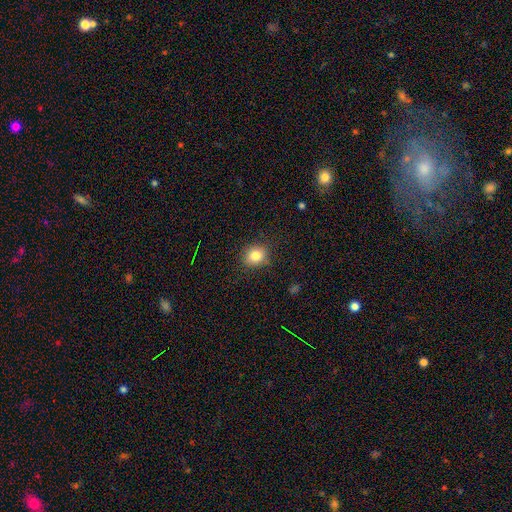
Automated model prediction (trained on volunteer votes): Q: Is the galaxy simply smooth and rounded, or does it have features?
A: smooth — 82%.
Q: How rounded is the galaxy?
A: round — 68%.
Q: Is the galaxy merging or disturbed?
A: none — 85%.